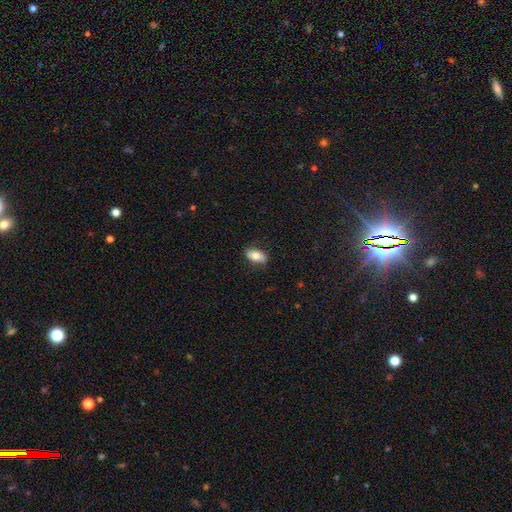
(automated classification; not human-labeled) Smooth or featured?
  - smooth: 71% *
  - featured or disk: 23%
  - star or artifact: 7%
How rounded?
  - in between: 89% *
  - round: 6%
  - cigar-shaped: 5%
Merging?
  - none: 79% *
  - minor disturbance: 16%
  - major disturbance: 4%
  - merger: 1%